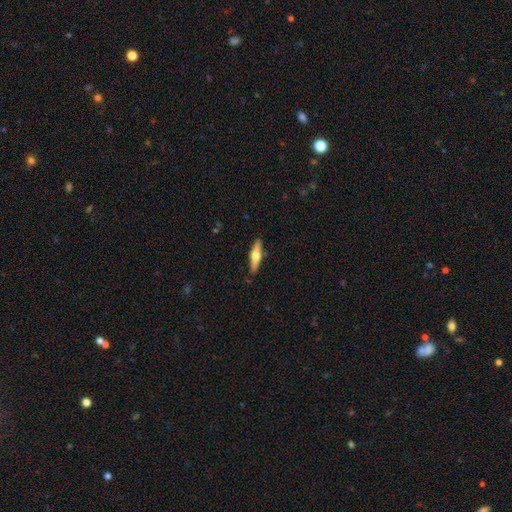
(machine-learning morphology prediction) type=featured or disk (49%); merging=none (87%).